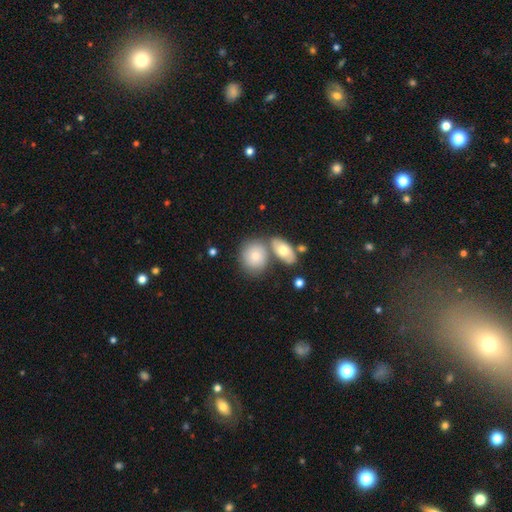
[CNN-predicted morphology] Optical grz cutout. It shows a smooth galaxy with no disk features (69%) that is round (53%). Merging: none (53%).